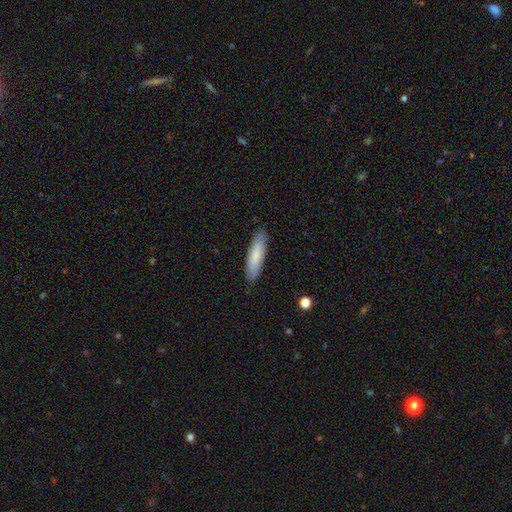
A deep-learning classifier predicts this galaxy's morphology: smooth-or-featured: smooth: 80% | featured or disk: 14% | star or artifact: 6%
  how-rounded: cigar-shaped: 71% | in between: 28% | round: 1%
  merging: none: 88% | minor disturbance: 9% | major disturbance: 2% | merger: 1%